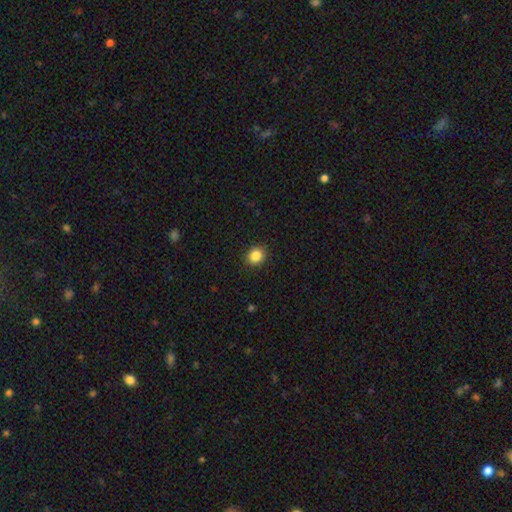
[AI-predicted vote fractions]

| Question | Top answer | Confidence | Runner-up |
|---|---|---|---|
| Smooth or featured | smooth | 86% | star or artifact (10%) |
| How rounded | round | 71% | in between (28%) |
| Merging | none | 91% | minor disturbance (7%) |